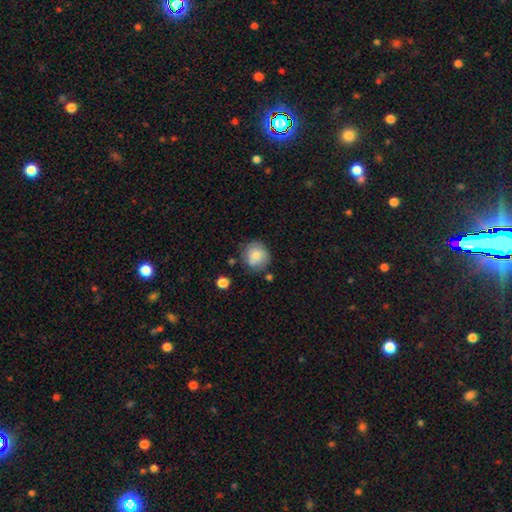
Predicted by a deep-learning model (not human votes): smooth_or_featured: smooth (p=0.79) [alt: featured or disk p=0.13]
how_rounded: round (p=0.85) [alt: in between p=0.14]
merging: none (p=0.67) [alt: minor disturbance p=0.22]